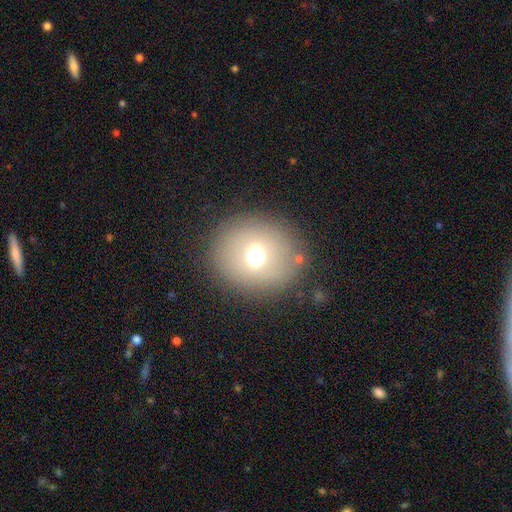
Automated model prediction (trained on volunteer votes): The model was most divided on "smooth or featured": smooth: 65%, featured or disk: 21%, star or artifact: 15%. More confident: merging — none (85%); how rounded — round (82%).